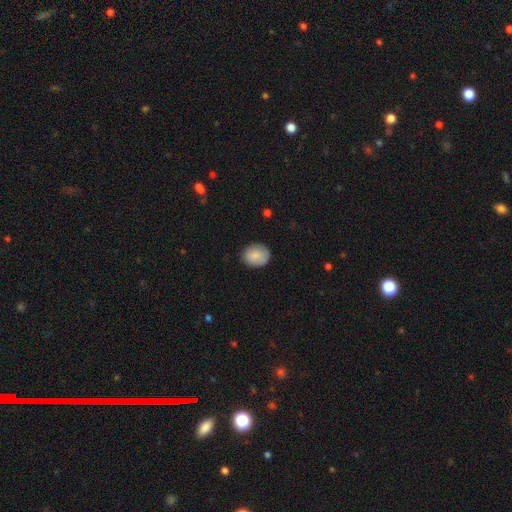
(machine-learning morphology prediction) This is clearly a smooth galaxy (84%). How rounded: likely round (68%). Merging: clearly none (85%).